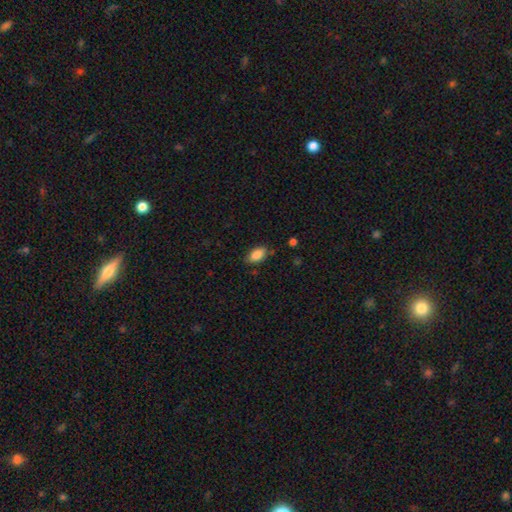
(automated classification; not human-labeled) Smooth or featured? Predicted: smooth (p=0.87). How rounded? Predicted: in between (p=0.92). Merging? Predicted: none (p=0.81).